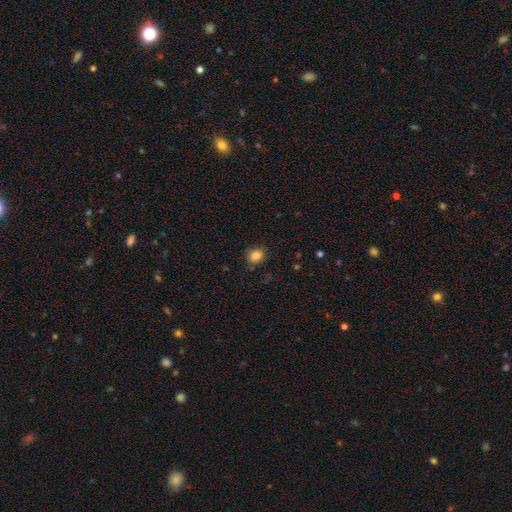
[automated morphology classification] The model was most divided on "how rounded": round: 56%, in between: 43%, cigar-shaped: 1%. More confident: smooth or featured — smooth (85%); merging — none (80%).